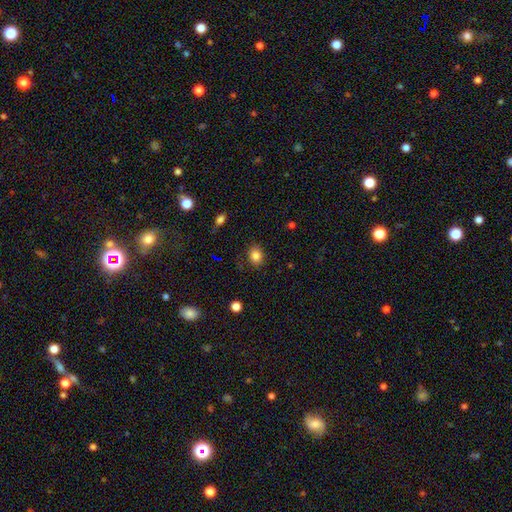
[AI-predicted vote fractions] A smooth galaxy with no disk features (84%) that is round (52%). Merging: none (84%).